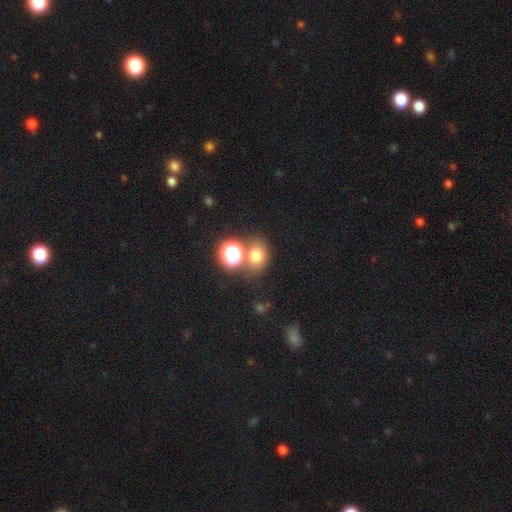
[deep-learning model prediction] Smooth or featured? Predicted: smooth (p=0.71). How rounded? Predicted: round (p=0.50). Merging? Predicted: none (p=0.64).